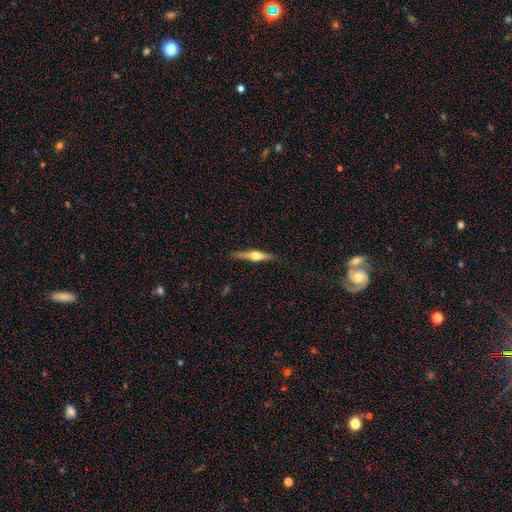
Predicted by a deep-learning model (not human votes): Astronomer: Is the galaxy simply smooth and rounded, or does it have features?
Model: featured or disk — 66%.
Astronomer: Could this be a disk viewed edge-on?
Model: yes — 97%.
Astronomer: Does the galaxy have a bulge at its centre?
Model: rounded — 94%.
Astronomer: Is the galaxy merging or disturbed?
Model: none — 88%.